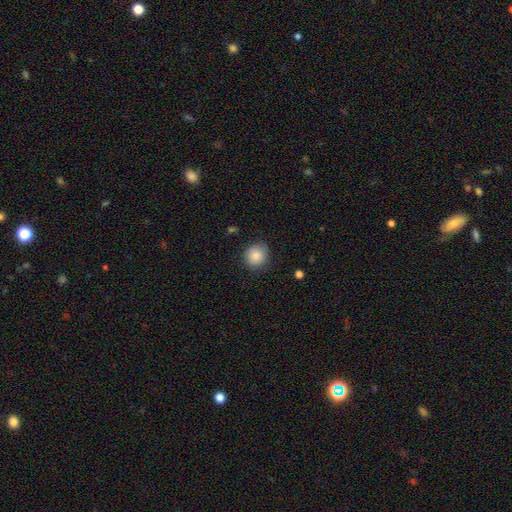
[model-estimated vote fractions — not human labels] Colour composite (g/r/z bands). It shows a smooth galaxy with no disk features (86%) that is round (83%). Merging: none (81%).